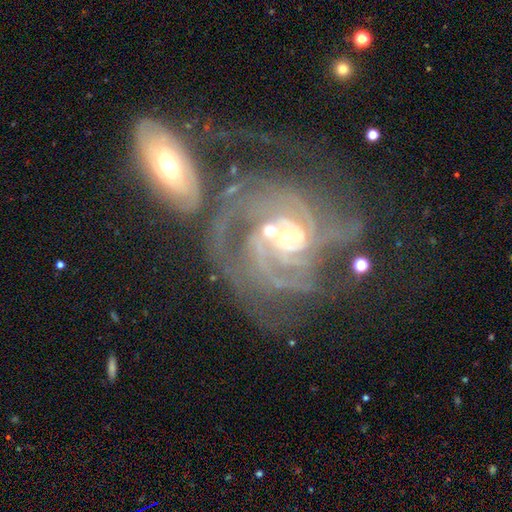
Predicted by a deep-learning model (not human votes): smooth-or-featured: featured or disk: 88% | star or artifact: 7% | smooth: 5%
  disk-edge-on: no: 97% | yes: 3%
    bar: no: 55% | weak: 31% | strong: 14%
    has-spiral-arms: yes: 96% | no: 4%
      spiral-winding: tight: 63% | medium: 30% | loose: 7%
      spiral-arm-count: can't tell: 28% | 3: 24% | 2: 20% | 4: 13% | more than 4: 8% | 1: 7%
    bulge-size: moderate: 50% | small: 41% | large: 5% | none: 3% | dominant: 1%
  merging: merger: 41% | none: 30% | major disturbance: 15% | minor disturbance: 13%